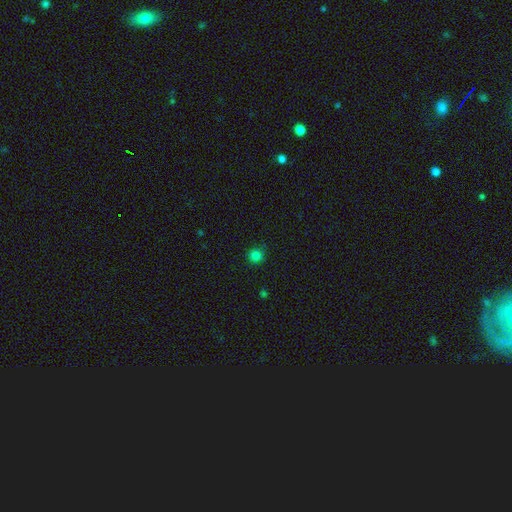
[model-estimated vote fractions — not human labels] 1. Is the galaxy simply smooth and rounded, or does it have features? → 81% smooth, 16% star or artifact, 3% featured or disk.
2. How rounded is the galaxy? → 94% round, 5% in between, 1% cigar-shaped.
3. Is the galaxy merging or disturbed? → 88% none, 8% minor disturbance, 2% major disturbance, 1% merger.